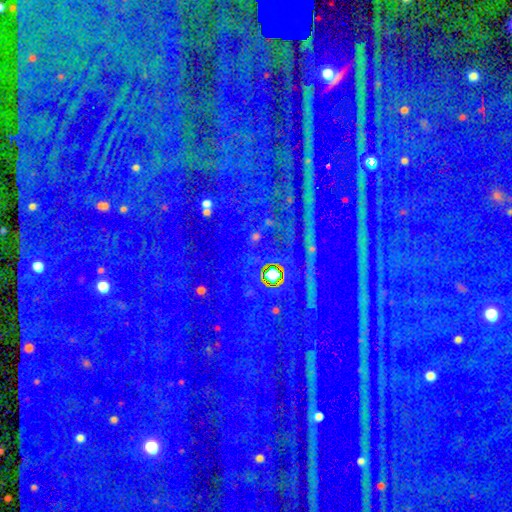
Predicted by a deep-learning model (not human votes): smooth-or-featured: star or artifact: 84% | smooth: 9% | featured or disk: 7%